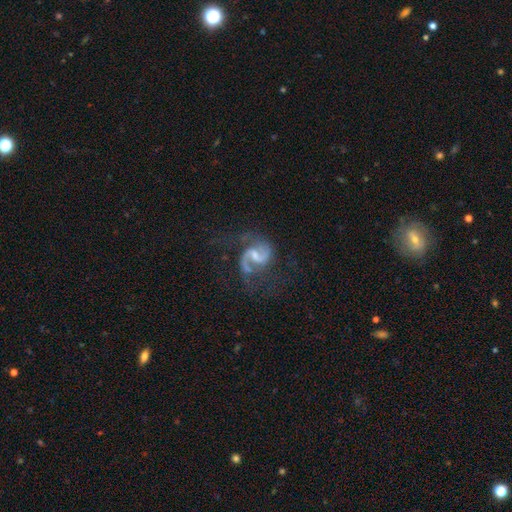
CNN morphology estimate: Smooth or featured?
  - featured or disk: 91% *
  - star or artifact: 5%
  - smooth: 4%
Edge-on disk?
  - no: 99% *
  - yes: 1%
Bar?
  - weak: 56% *
  - no: 23%
  - strong: 21%
Spiral arms?
  - yes: 98% *
  - no: 2%
Spiral winding?
  - medium: 52% *
  - loose: 38%
  - tight: 10%
Spiral arm count?
  - 2: 93% *
  - 1: 2%
  - can't tell: 2%
  - 3: 1%
  - 4: 1%
  - more than 4: 1%
Bulge size?
  - small: 43% *
  - moderate: 32%
  - none: 21%
  - large: 3%
  - dominant: 1%
Merging?
  - none: 61% *
  - minor disturbance: 19%
  - major disturbance: 17%
  - merger: 3%